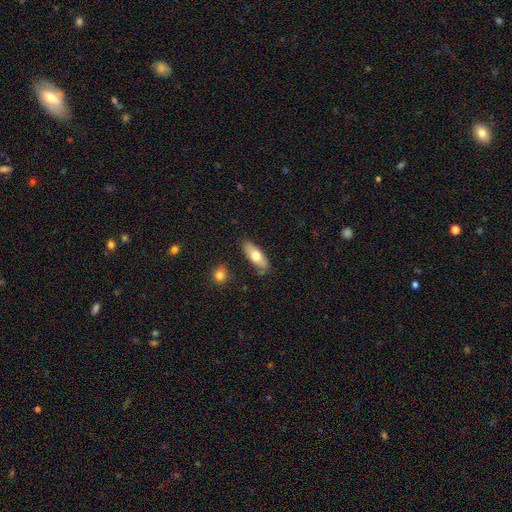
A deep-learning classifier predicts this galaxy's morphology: This appears to be a smooth galaxy with no disk features (66%) that is in between round and cigar-shaped (72%). Merging: none (80%).